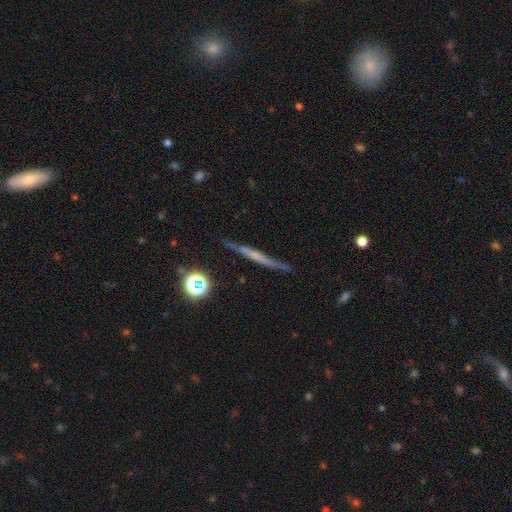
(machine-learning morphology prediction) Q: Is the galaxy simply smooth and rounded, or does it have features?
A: featured or disk — 55%.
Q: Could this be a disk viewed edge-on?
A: yes — 95%.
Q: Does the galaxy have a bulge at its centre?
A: none — 74%.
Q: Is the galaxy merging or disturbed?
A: none — 85%.